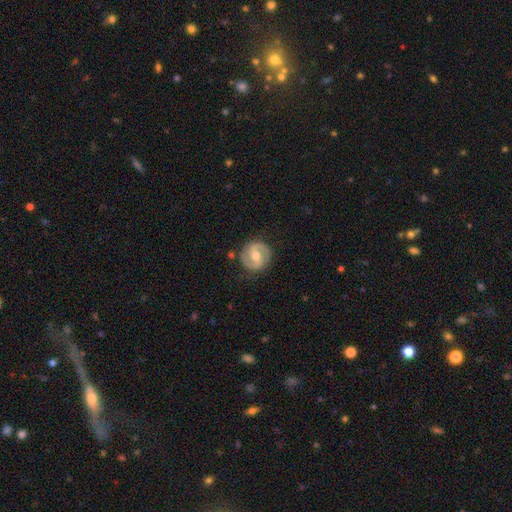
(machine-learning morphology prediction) Overall: featured or disk (76%). Edge-on disk: no (98%). Bar: weak (48%; no 27%). Spiral arms: yes (89%). Spiral arm count: 2 (90%). Spiral winding: medium (51%; tight 32%). Bulge size: moderate (75%). Merging: none (84%).